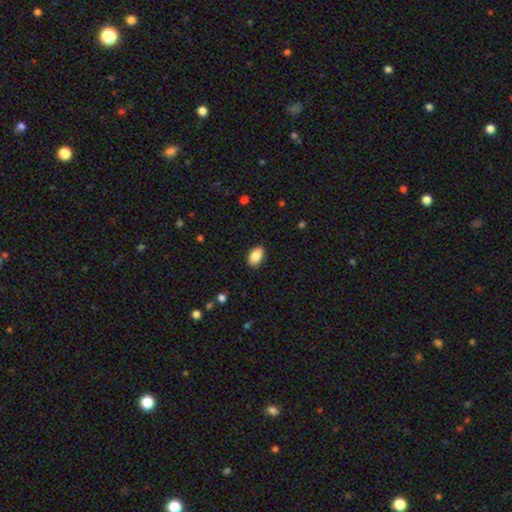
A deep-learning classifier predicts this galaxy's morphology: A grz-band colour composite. It shows a smooth galaxy with no disk features (86%) that is in between round and cigar-shaped (92%). Merging: none (88%).